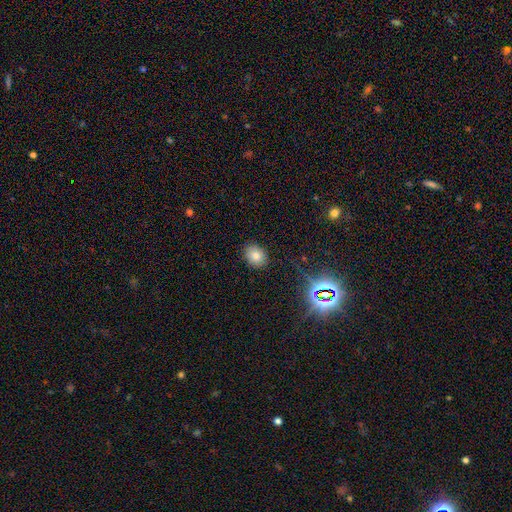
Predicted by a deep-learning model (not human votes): Smooth or featured? smooth (78%)
How rounded? in between (58%)
Merging? none (87%)